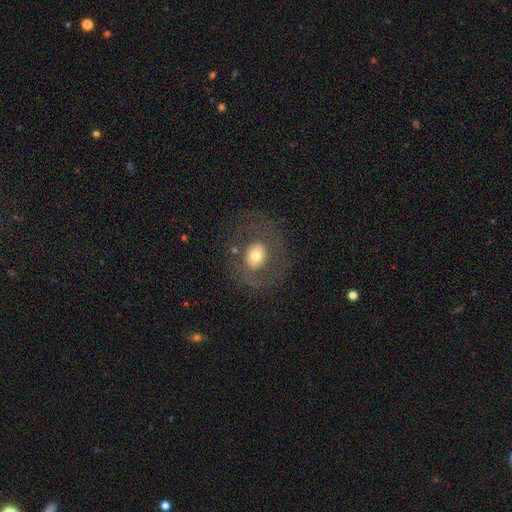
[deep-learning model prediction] Overall: smooth (48%; featured or disk 42%). Merging: none (72%).